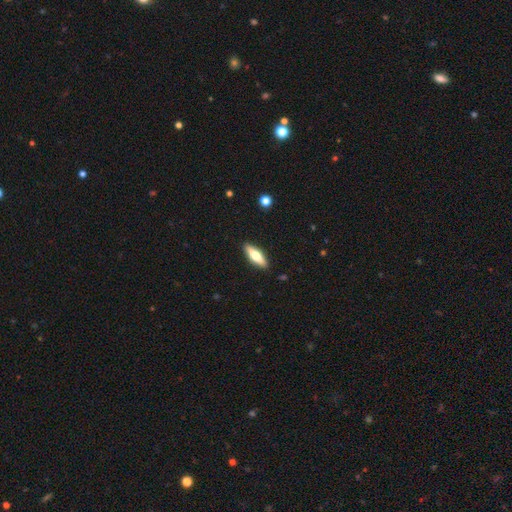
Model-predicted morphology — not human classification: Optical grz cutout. It shows a smooth galaxy with no disk features (57%) that is in between round and cigar-shaped (52%). Merging: none (90%).